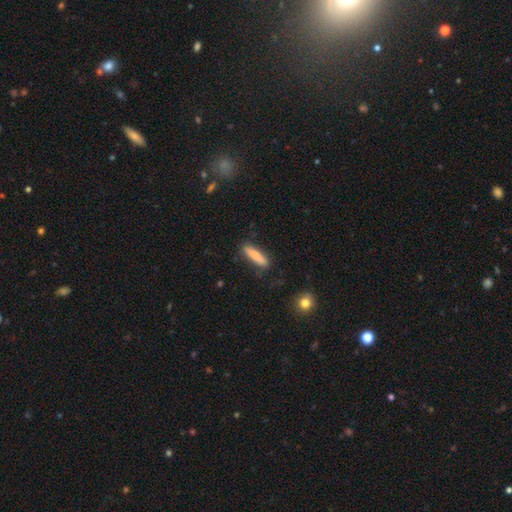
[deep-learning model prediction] Smooth or featured: smooth — 83% (featured or disk — 11%)
How rounded: cigar-shaped — 76% (in between — 22%)
Merging: none — 82% (minor disturbance — 13%)